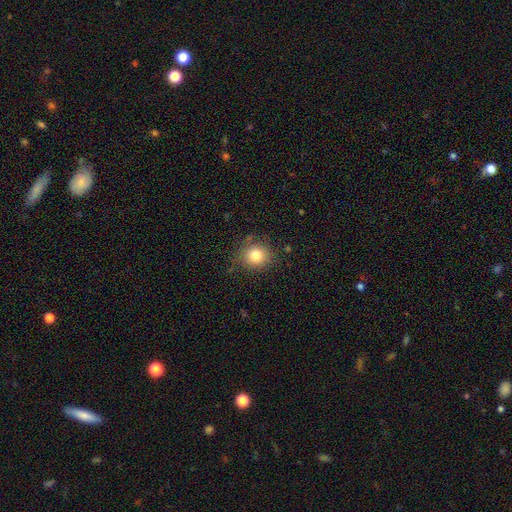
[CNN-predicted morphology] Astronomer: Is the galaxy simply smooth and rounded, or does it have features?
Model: smooth — 80%.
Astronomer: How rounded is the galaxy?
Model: round — 84%.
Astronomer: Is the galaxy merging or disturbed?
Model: none — 83%.